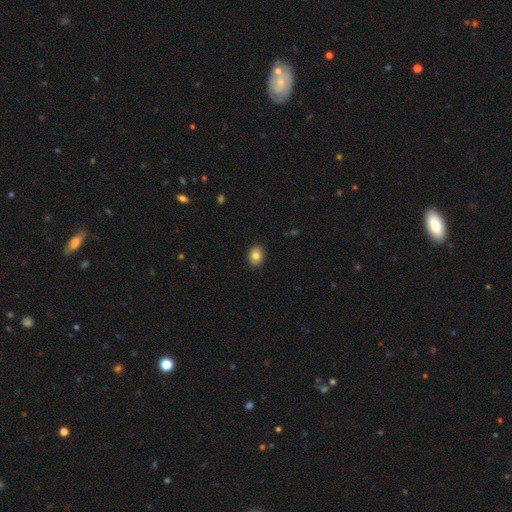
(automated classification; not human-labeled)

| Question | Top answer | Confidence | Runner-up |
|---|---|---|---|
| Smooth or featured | smooth | 83% | star or artifact (9%) |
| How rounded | in between | 61% | round (38%) |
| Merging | none | 90% | minor disturbance (7%) |